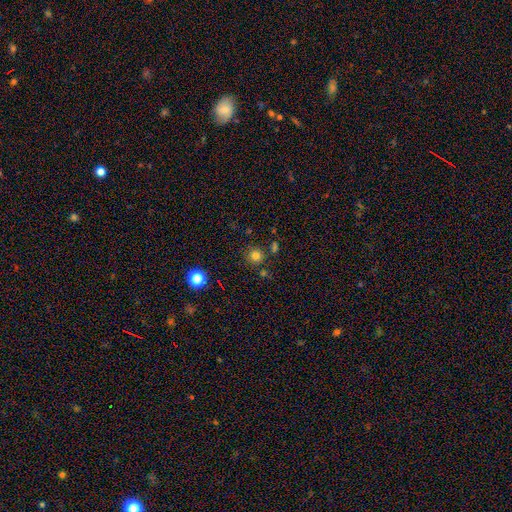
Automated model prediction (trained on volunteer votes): Smooth or featured: smooth — 78% (star or artifact — 17%)
How rounded: round — 93% (in between — 6%)
Merging: none — 82% (minor disturbance — 9%)